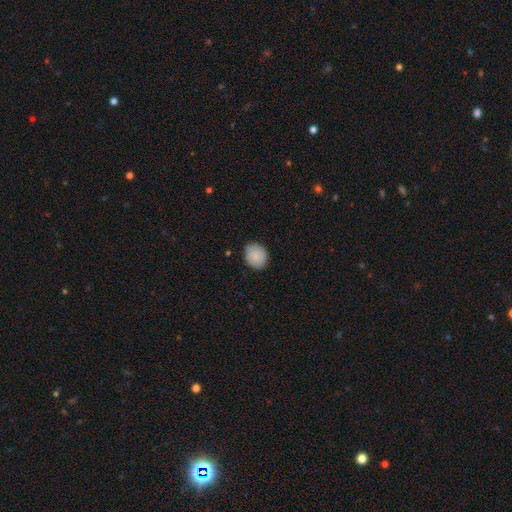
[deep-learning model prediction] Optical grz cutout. It shows a smooth galaxy with no disk features (88%) that is round (69%). Merging: none (87%).